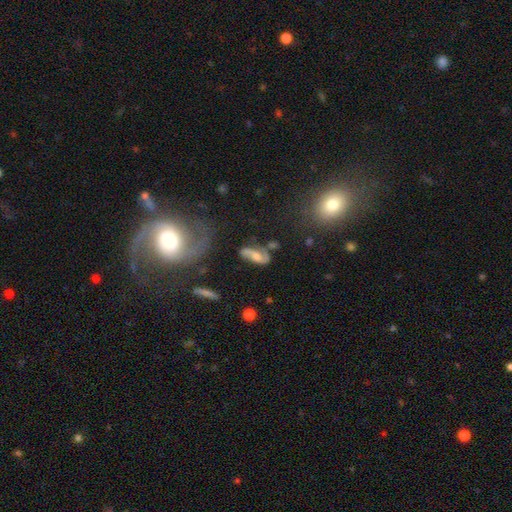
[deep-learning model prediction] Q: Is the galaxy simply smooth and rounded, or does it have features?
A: featured or disk — 68%.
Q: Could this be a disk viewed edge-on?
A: no — 91%.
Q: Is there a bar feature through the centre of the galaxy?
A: no — 50%.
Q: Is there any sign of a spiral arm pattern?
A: yes — 88%.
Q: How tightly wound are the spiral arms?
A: loose — 55%.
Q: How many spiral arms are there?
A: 2 — 88%.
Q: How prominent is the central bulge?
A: moderate — 46%.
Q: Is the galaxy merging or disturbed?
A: none — 52%.